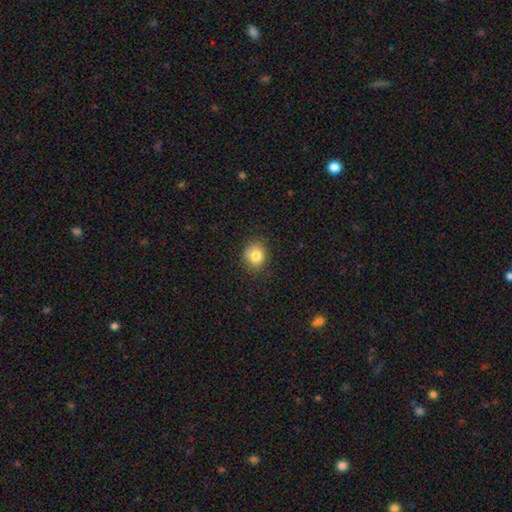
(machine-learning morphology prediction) smooth_or_featured: smooth (p=0.81) [alt: star or artifact p=0.11]
how_rounded: round (p=0.76) [alt: in between p=0.23]
merging: none (p=0.82) [alt: minor disturbance p=0.14]